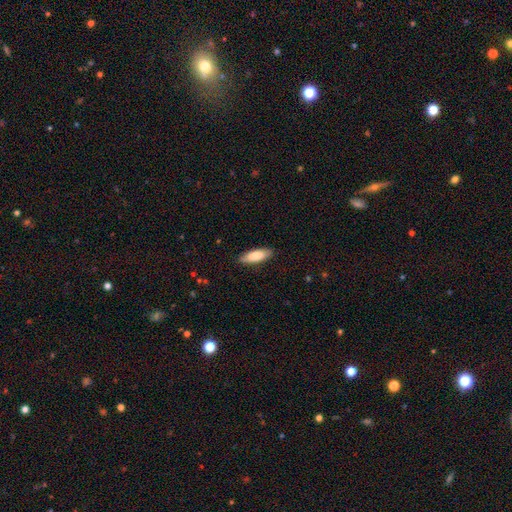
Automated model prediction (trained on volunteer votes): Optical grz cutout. It shows a smooth galaxy with no disk features (83%) that is in between round and cigar-shaped (63%). Merging: none (86%).